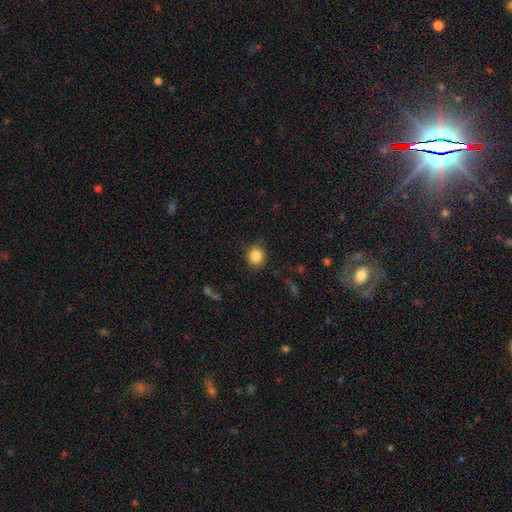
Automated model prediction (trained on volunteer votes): A smooth galaxy with no disk features (85%) that is round (76%).

Vote fractions:
- Smooth or featured? smooth: 85% / star or artifact: 10% / featured or disk: 5%
- How rounded? round: 76% / in between: 23% / cigar-shaped: 1%
- Merging? none: 83% / minor disturbance: 13% / major disturbance: 3% / merger: 1%